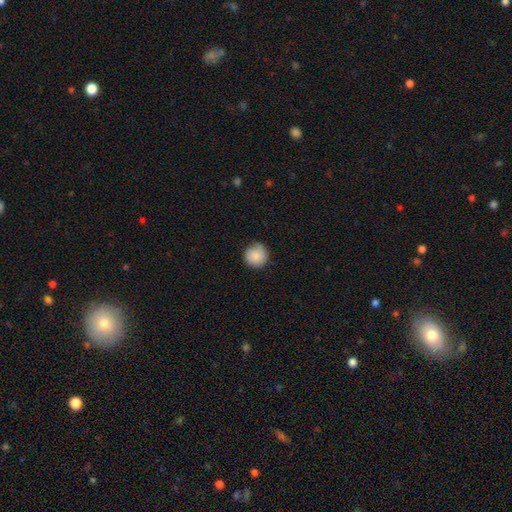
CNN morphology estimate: type=smooth (84%); roundness=round (93%); merging=none (74%).